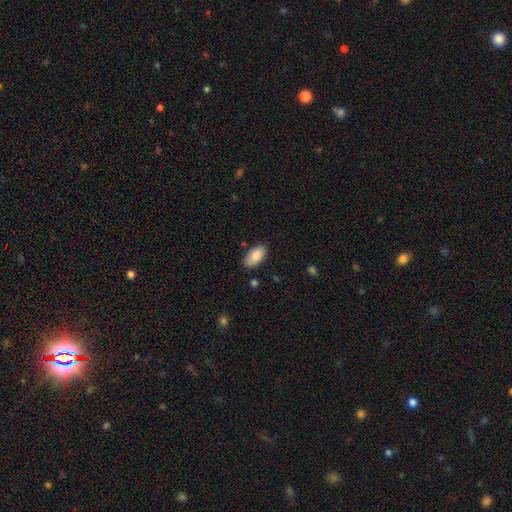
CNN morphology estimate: Smooth or featured? smooth (87%)
How rounded? in between (94%)
Merging? none (82%)